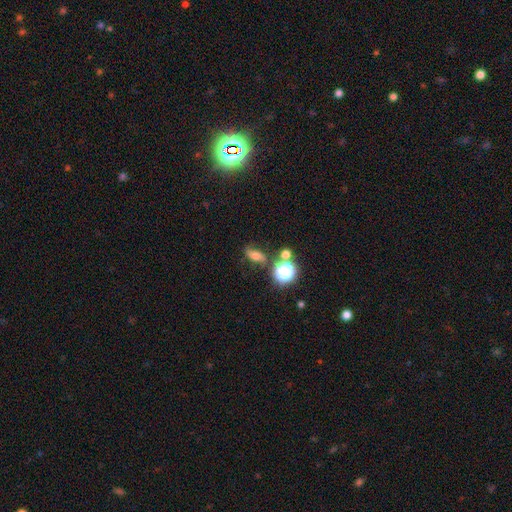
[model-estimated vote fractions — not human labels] smooth 50%, featured or disk 28%, star or artifact 22%. Down the decision tree: merging — none (68%).